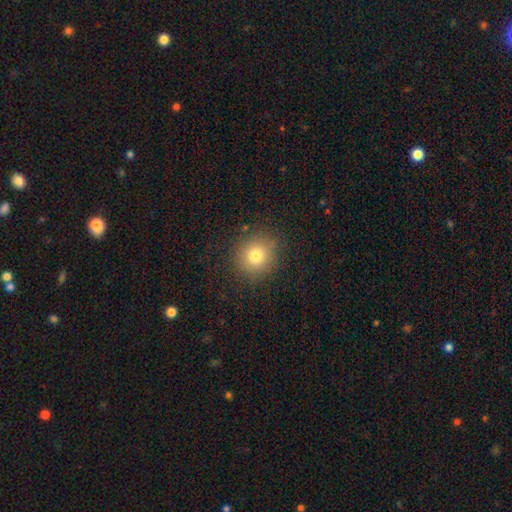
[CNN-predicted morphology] Smooth or featured: smooth — 77% (star or artifact — 13%)
How rounded: round — 88% (in between — 11%)
Merging: none — 86% (minor disturbance — 9%)